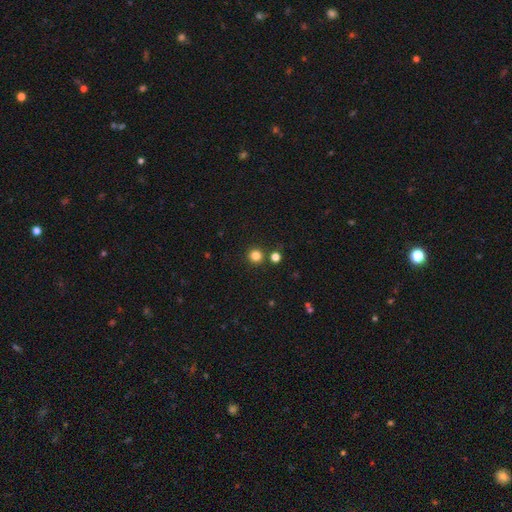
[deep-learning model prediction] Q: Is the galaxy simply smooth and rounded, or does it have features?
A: smooth — 82%.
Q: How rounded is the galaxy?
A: round — 95%.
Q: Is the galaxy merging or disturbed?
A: none — 86%.